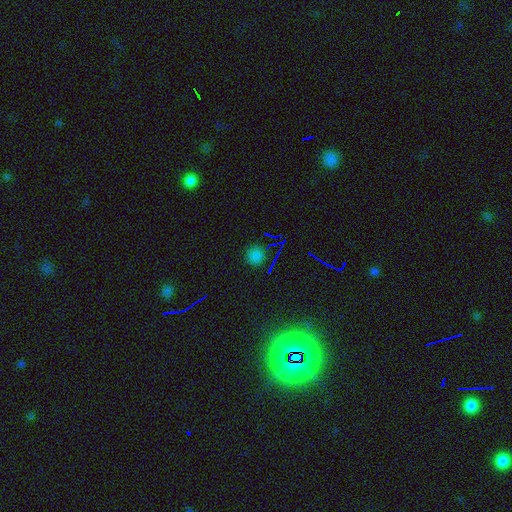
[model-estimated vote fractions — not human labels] This appears to be a smooth galaxy with no disk features (68%) that is round (91%). Merging: none (87%).